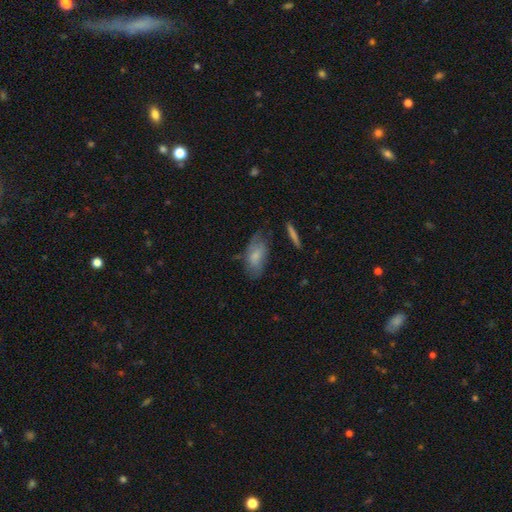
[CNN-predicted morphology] A smooth galaxy with no disk features (72%) that is in between round and cigar-shaped (90%). Merging: none (59%).